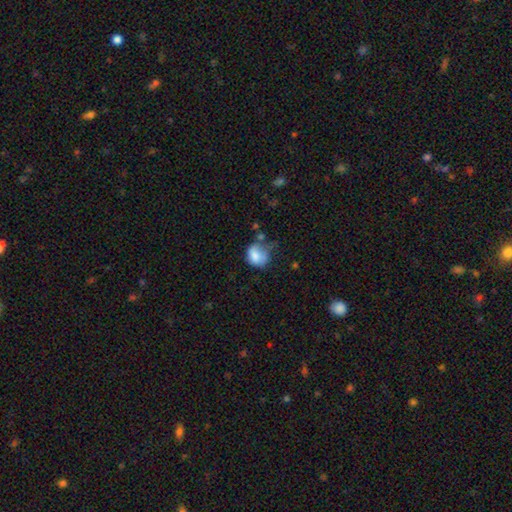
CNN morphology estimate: Smooth or featured? Predicted: smooth (p=0.74). How rounded? Predicted: round (p=0.61). Merging? Predicted: minor disturbance (p=0.33).